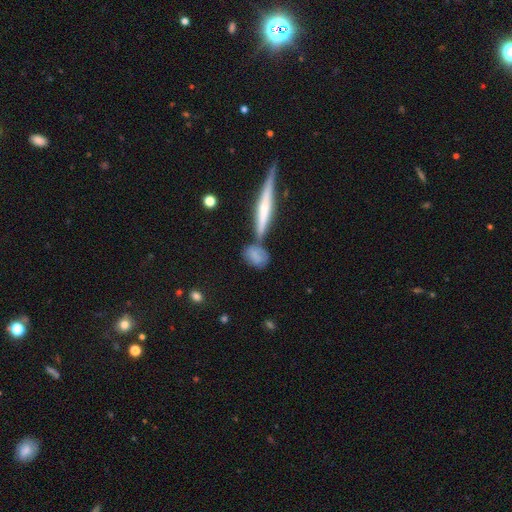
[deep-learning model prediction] Smooth or featured? Predicted: smooth (p=0.64). How rounded? Predicted: in between (p=0.61). Merging? Predicted: none (p=0.46).